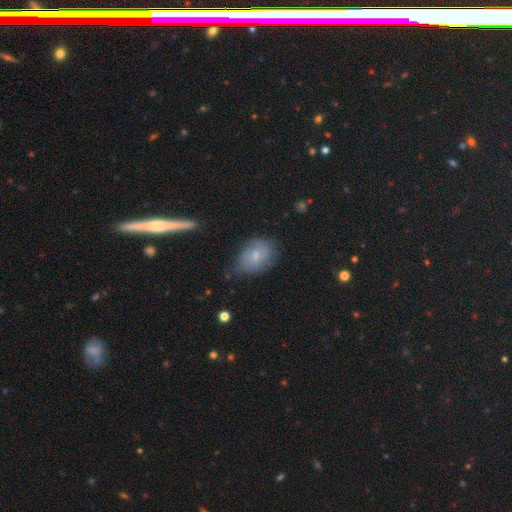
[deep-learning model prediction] The model was most divided on "merging": none: 60%, minor disturbance: 29%, major disturbance: 9%, merger: 3%. More confident: how rounded — in between (75%); smooth or featured — smooth (67%).